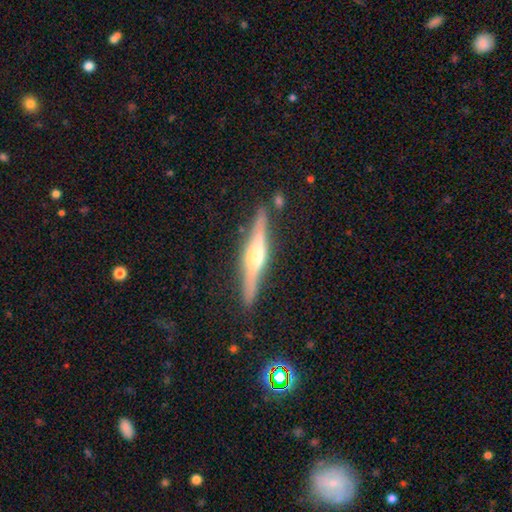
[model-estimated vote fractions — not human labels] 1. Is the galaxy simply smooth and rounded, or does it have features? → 78% featured or disk, 16% smooth, 6% star or artifact.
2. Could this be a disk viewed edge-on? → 98% yes, 2% no.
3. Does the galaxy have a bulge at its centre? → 84% rounded, 11% boxy, 5% none.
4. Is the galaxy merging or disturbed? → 86% none, 9% minor disturbance, 3% merger, 2% major disturbance.